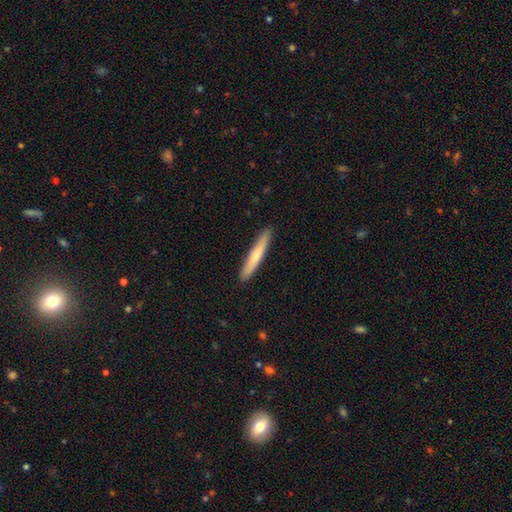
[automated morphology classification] A smooth galaxy with no disk features (65%) that is cigar-shaped (95%). Merging: none (91%).